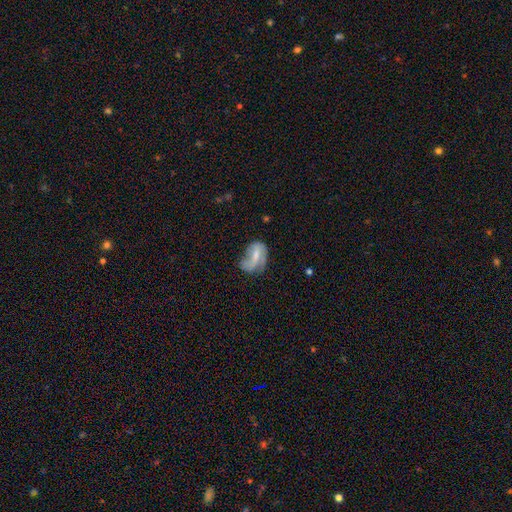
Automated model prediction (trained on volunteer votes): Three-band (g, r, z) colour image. It shows a featured or disk galaxy (53%) with a weak bar (43%), spiral arms (66%) and a small central bulge (43%). Merging: none (34%).